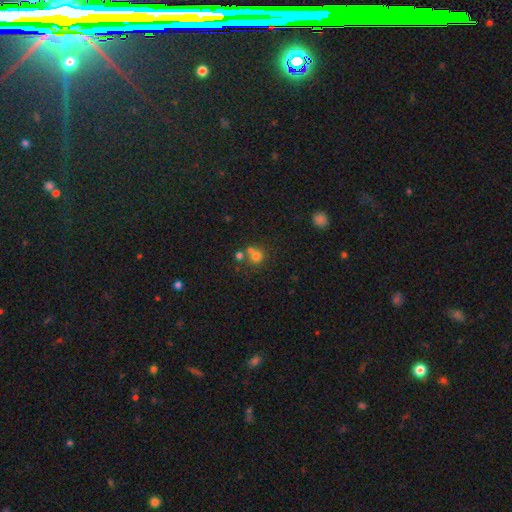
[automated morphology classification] smooth 71%, star or artifact 17%, featured or disk 12%. Down the decision tree: how rounded — round (88%); merging — none (52%).